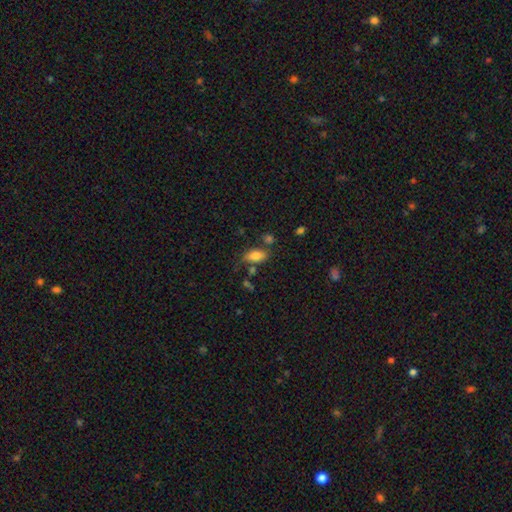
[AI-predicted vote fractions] A smooth galaxy with no disk features (80%) that is in between round and cigar-shaped (90%). Merging: none (65%).